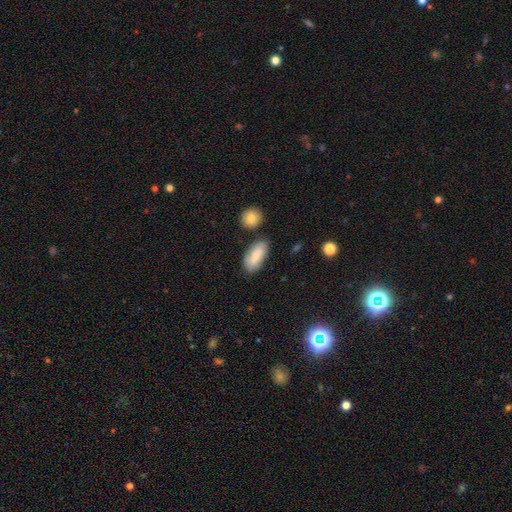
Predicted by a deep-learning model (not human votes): Smooth or featured? Predicted: smooth (p=0.71). How rounded? Predicted: in between (p=0.90). Merging? Predicted: none (p=0.73).